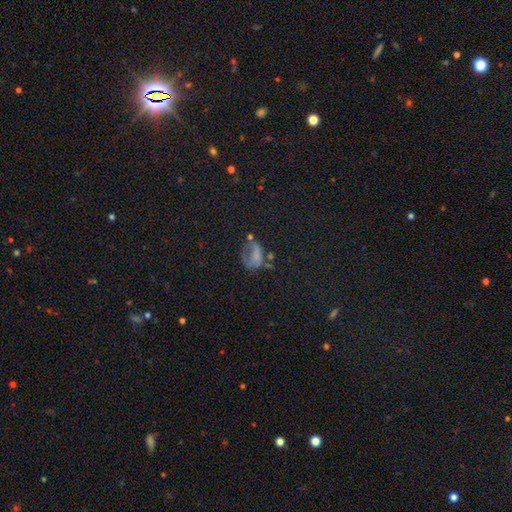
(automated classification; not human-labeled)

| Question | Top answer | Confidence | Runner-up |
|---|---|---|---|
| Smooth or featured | smooth | 51% | featured or disk (26%) |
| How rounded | in between | 66% | round (31%) |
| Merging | major disturbance | 38% | none (28%) |